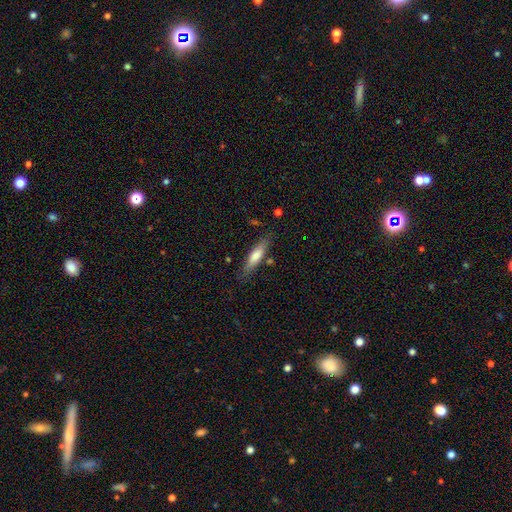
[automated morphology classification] Smooth or featured? Predicted: smooth (p=0.69). How rounded? Predicted: cigar-shaped (p=0.72). Merging? Predicted: none (p=0.78).